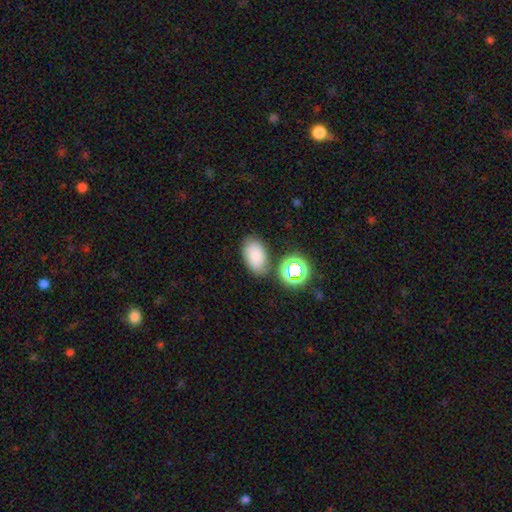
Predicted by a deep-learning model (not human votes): This is likely a smooth galaxy (75%). How rounded: clearly in between (87%). Merging: likely none (73%).